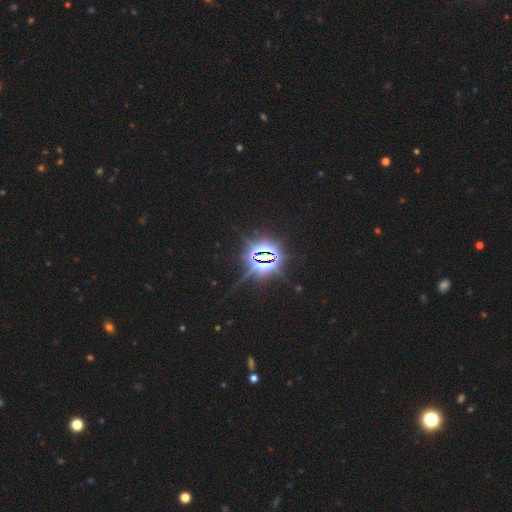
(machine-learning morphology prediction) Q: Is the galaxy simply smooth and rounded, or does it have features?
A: star or artifact — 86%.